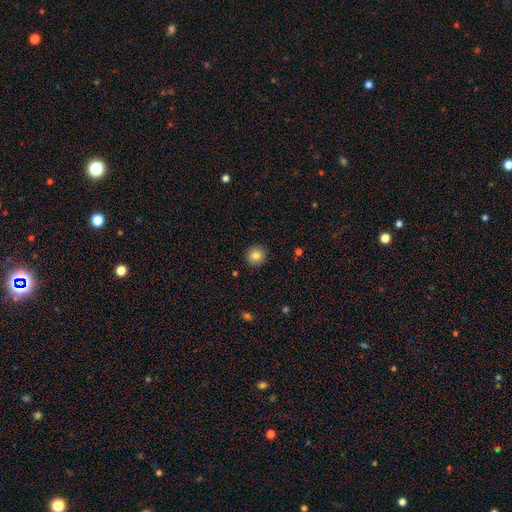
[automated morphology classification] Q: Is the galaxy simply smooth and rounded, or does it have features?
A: smooth — 83%.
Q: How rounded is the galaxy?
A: round — 92%.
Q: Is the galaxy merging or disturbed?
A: none — 92%.